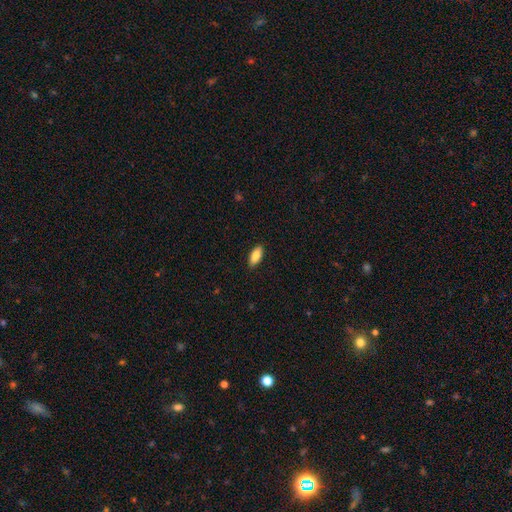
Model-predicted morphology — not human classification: The model was most divided on "how rounded": in between: 86%, cigar-shaped: 12%, round: 2%. More confident: merging — none (89%); smooth or featured — smooth (86%).